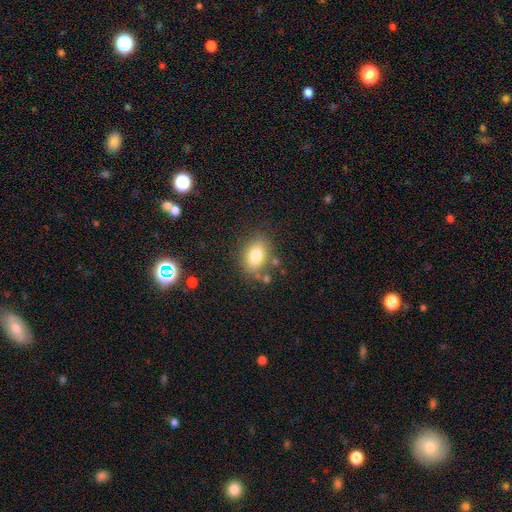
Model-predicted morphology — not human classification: A smooth galaxy with no disk features (78%) that is in between round and cigar-shaped (76%).

Vote fractions:
- Smooth or featured? smooth: 78% / featured or disk: 12% / star or artifact: 10%
- How rounded? in between: 76% / round: 22% / cigar-shaped: 2%
- Merging? none: 74% / minor disturbance: 16% / merger: 6% / major disturbance: 5%